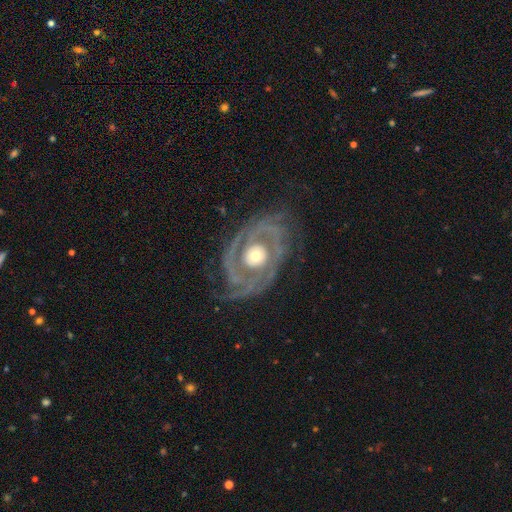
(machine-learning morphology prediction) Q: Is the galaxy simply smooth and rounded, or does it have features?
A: featured or disk — 90%.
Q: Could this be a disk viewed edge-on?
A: no — 97%.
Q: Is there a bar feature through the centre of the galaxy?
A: no — 80%.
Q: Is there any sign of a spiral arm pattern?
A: yes — 94%.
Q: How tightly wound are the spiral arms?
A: tight — 57%.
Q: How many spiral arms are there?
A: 2 — 47%.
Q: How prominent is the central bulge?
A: moderate — 64%.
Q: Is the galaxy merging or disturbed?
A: none — 69%.